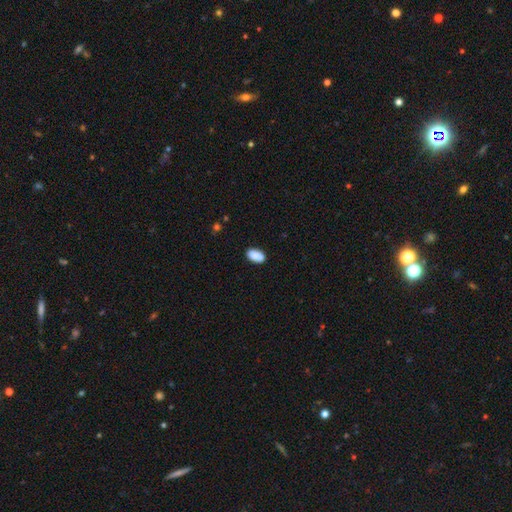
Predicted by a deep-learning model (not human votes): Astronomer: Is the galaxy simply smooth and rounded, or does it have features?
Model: smooth — 89%.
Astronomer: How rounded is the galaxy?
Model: in between — 94%.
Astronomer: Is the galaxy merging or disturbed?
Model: none — 84%.